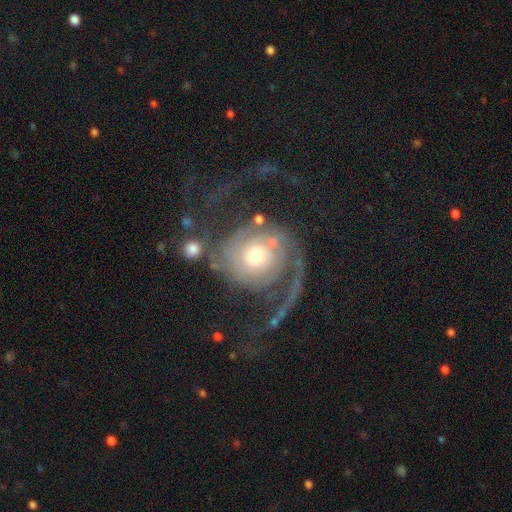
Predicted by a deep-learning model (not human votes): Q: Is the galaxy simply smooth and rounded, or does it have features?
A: featured or disk — 87%.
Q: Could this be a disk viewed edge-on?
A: no — 98%.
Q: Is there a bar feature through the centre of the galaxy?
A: no — 77%.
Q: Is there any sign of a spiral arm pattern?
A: yes — 96%.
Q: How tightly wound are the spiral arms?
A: tight — 44%.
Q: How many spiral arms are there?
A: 2 — 61%.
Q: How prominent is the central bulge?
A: moderate — 58%.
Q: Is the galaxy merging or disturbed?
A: none — 47%.